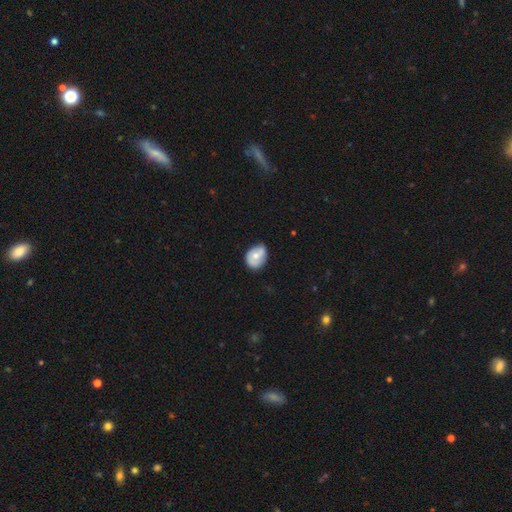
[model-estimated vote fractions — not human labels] smooth-or-featured: smooth: 57% | featured or disk: 36% | star or artifact: 7%
  how-rounded: in between: 60% | round: 40% | cigar-shaped: 1%
  merging: none: 54% | minor disturbance: 36% | major disturbance: 7% | merger: 3%